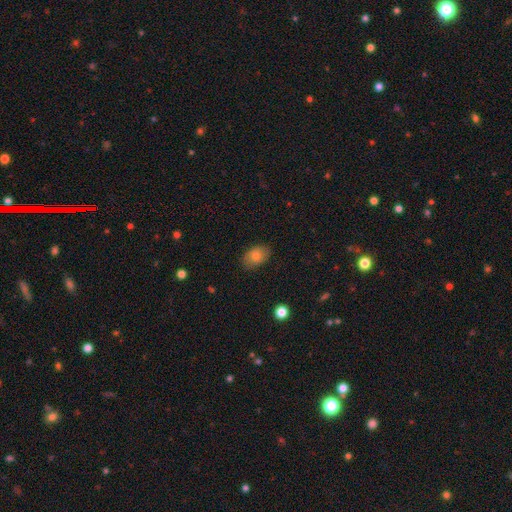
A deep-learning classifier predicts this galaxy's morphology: smooth 80%, featured or disk 12%, star or artifact 8%. Down the decision tree: how rounded — in between (85%); merging — none (83%).